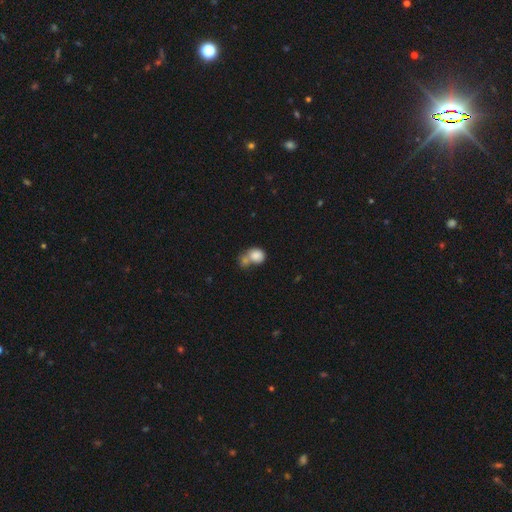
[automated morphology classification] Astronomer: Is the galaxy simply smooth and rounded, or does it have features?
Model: smooth — 83%.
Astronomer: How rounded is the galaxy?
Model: round — 65%.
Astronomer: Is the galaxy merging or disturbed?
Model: merger — 53% (runner-up: none, 31%).